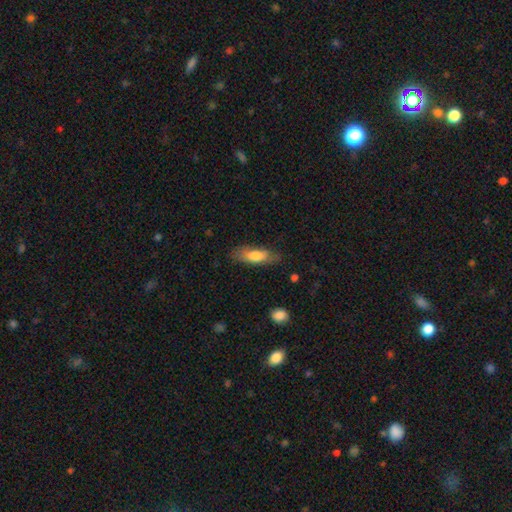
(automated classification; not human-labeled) A smooth galaxy with no disk features (76%) that is in between round and cigar-shaped (56%). Merging: none (77%).